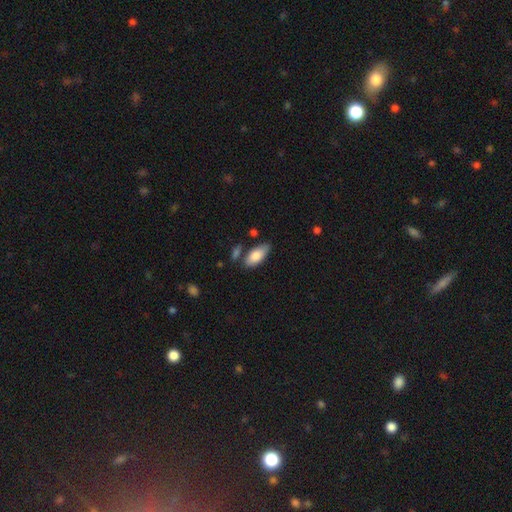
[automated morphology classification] This appears to be a smooth galaxy with no disk features (83%) that is in between round and cigar-shaped (87%). Merging: none (72%).